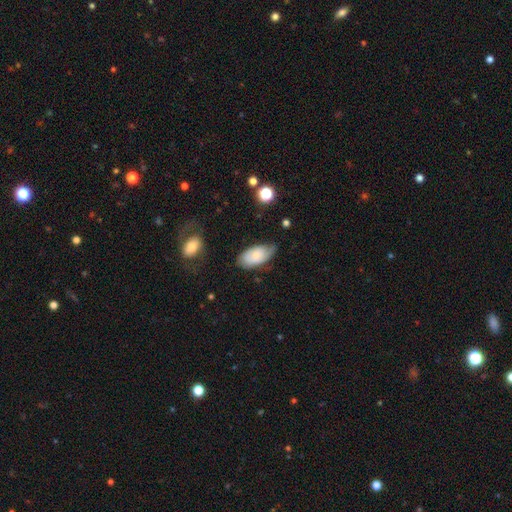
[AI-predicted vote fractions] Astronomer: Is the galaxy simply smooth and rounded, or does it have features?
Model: smooth — 68%.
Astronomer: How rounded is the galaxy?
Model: in between — 93%.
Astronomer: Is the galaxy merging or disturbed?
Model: none — 60%.